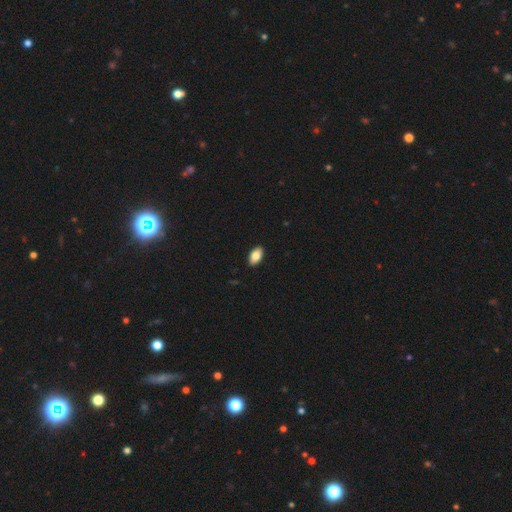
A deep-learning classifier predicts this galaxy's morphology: type=smooth (84%); roundness=in between (94%); merging=none (91%).